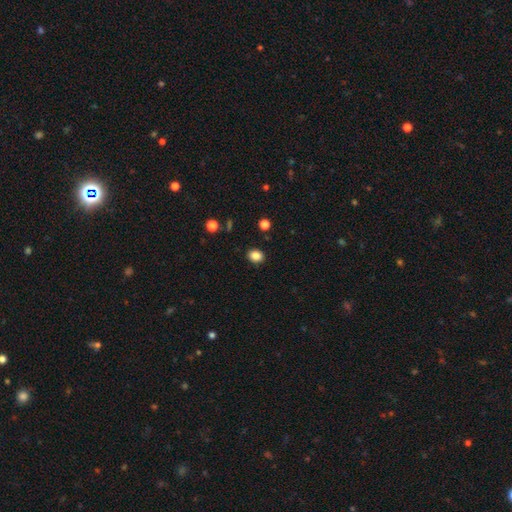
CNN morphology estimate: Smooth or featured? Predicted: smooth (p=0.86). How rounded? Predicted: round (p=0.53). Merging? Predicted: none (p=0.89).